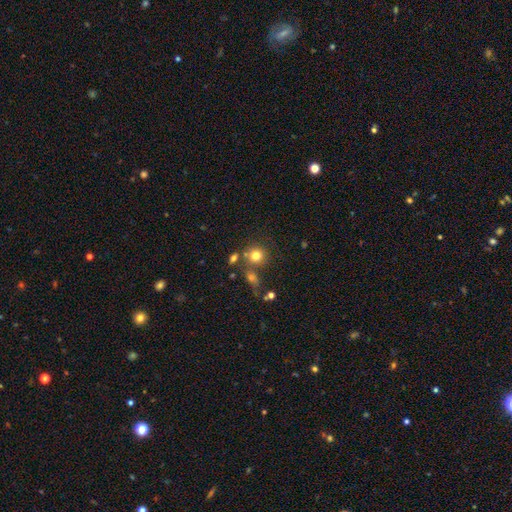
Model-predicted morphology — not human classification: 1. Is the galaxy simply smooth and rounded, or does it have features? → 77% smooth, 13% star or artifact, 9% featured or disk.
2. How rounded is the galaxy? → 87% round, 12% in between, 1% cigar-shaped.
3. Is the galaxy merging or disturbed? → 66% none, 18% merger, 11% minor disturbance, 5% major disturbance.